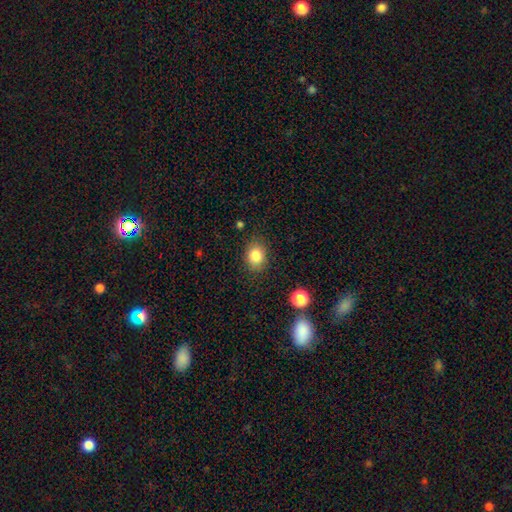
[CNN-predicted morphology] This appears to be a smooth galaxy with no disk features (84%) that is in between round and cigar-shaped (51%). Merging: none (83%).